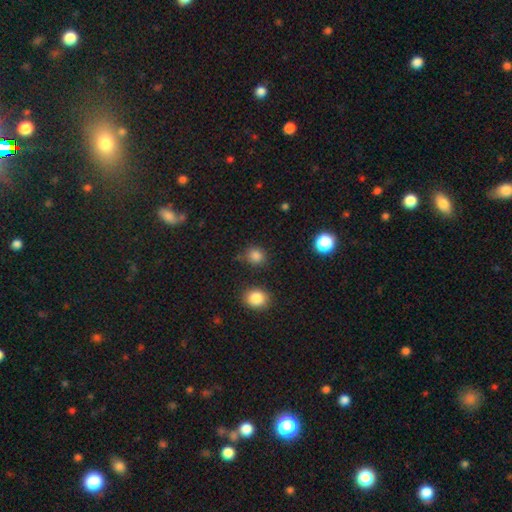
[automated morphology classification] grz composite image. It shows a smooth galaxy with no disk features (84%) that is round (80%). Merging: none (80%).